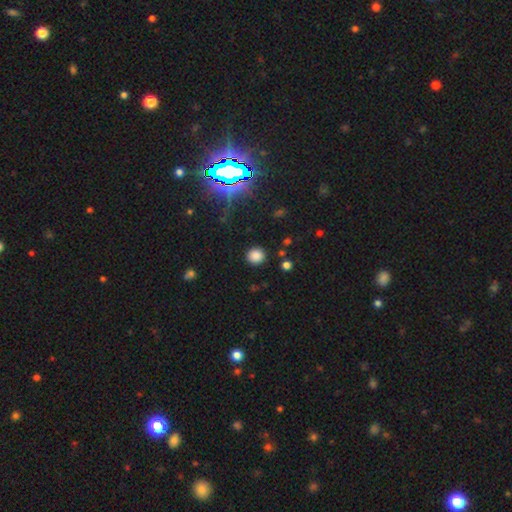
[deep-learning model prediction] smooth 80%, star or artifact 16%, featured or disk 4%. Down the decision tree: how rounded — round (91%); merging — none (89%).